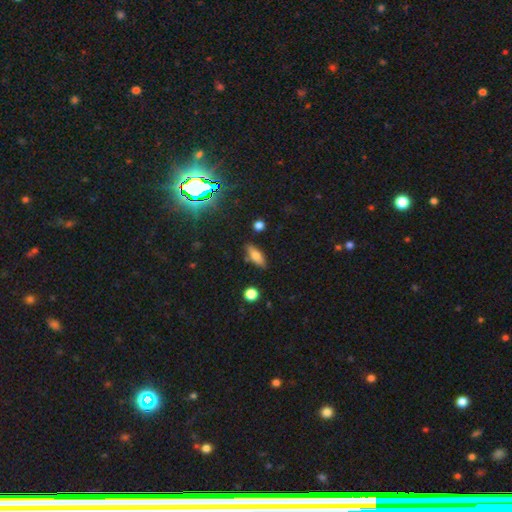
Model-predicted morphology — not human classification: smooth_or_featured: smooth (p=0.66) [alt: featured or disk p=0.23]
how_rounded: in between (p=0.63) [alt: cigar-shaped p=0.33]
merging: none (p=0.81) [alt: minor disturbance p=0.12]